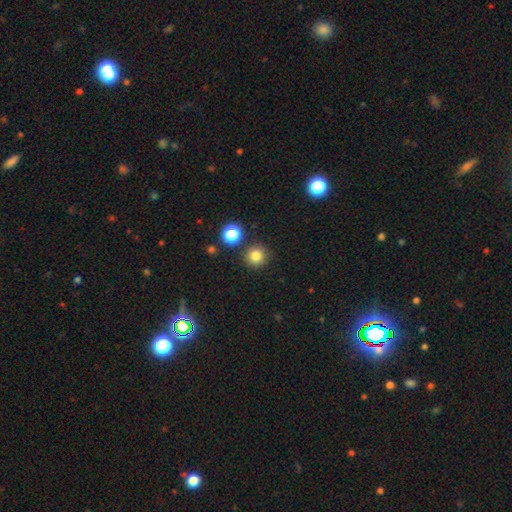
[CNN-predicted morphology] A smooth galaxy with no disk features (81%) that is round (93%).

Vote fractions:
- Smooth or featured? smooth: 81% / star or artifact: 14% / featured or disk: 5%
- How rounded? round: 93% / in between: 6% / cigar-shaped: 1%
- Merging? none: 86% / minor disturbance: 7% / merger: 5% / major disturbance: 2%